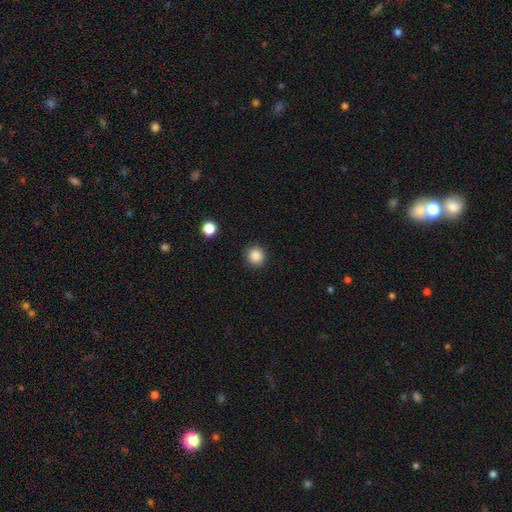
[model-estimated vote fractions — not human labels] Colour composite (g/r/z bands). It shows a smooth galaxy with no disk features (87%) that is round (94%). Merging: none (91%).